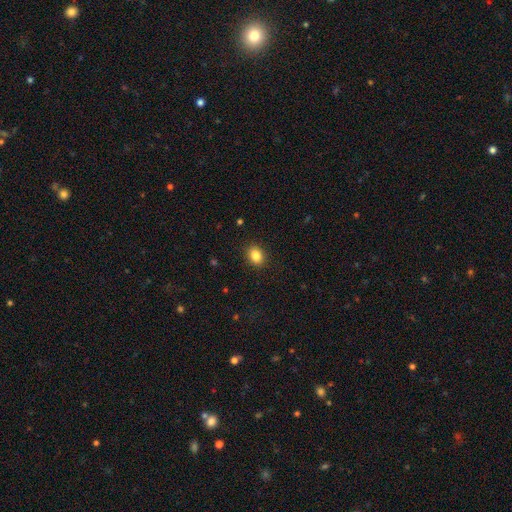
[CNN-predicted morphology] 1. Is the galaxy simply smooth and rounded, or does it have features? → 85% smooth, 10% star or artifact, 5% featured or disk.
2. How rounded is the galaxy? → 56% in between, 43% round, 1% cigar-shaped.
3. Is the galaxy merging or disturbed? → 90% none, 7% minor disturbance, 2% major disturbance, 1% merger.